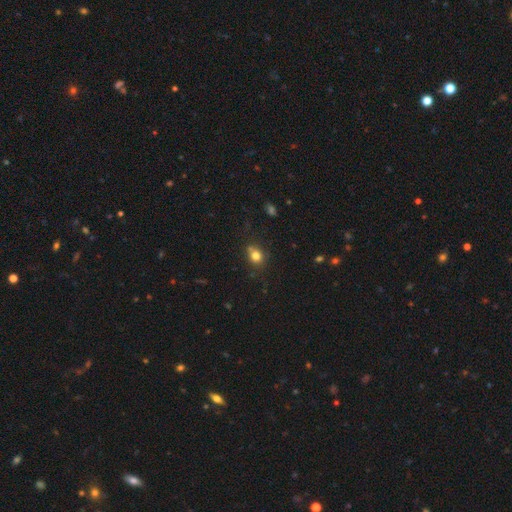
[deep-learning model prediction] smooth 79%, star or artifact 13%, featured or disk 8%. Down the decision tree: how rounded — round (68%); merging — none (66%).